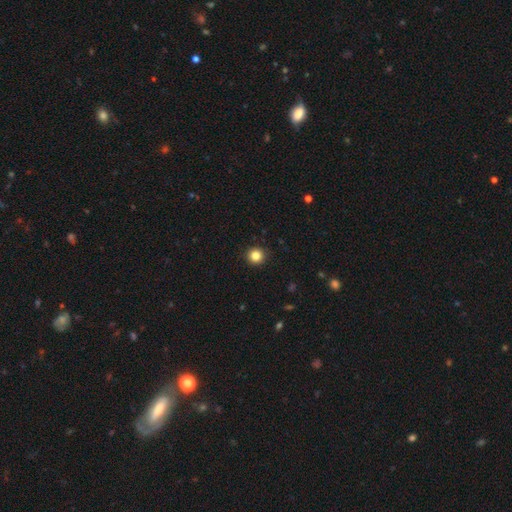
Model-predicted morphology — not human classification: Smooth or featured? Predicted: smooth (p=0.85). How rounded? Predicted: round (p=0.95). Merging? Predicted: none (p=0.92).